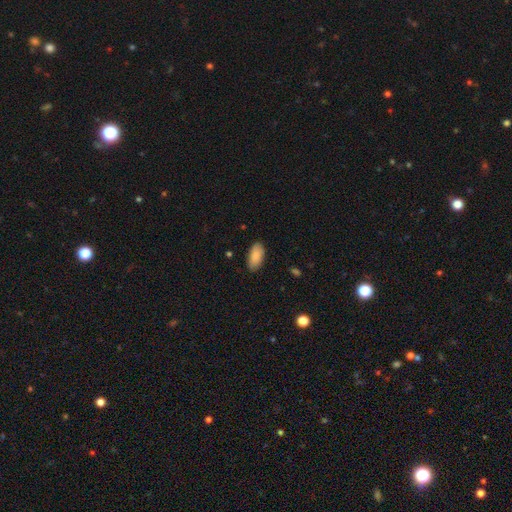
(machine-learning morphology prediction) Q: Smooth or featured?
A: smooth (88%); runner-up: star or artifact (6%)
Q: How rounded?
A: in between (94%); runner-up: cigar-shaped (4%)
Q: Merging?
A: none (85%); runner-up: minor disturbance (11%)